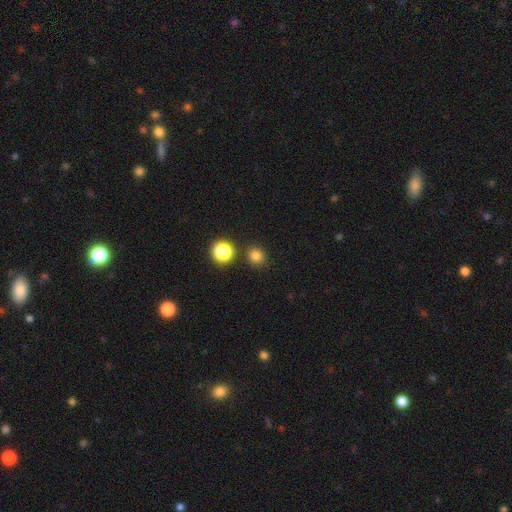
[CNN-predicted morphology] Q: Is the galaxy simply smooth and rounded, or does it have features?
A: smooth — 79%.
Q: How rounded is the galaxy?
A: round — 89%.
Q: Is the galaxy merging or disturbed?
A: none — 86%.